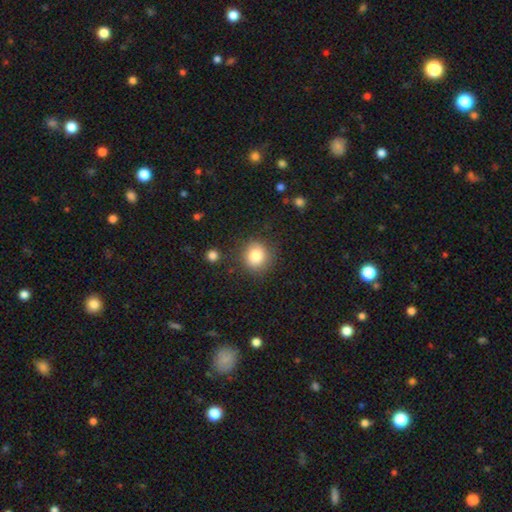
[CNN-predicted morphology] smooth 83%, star or artifact 10%, featured or disk 7%. Down the decision tree: how rounded — round (84%); merging — none (83%).